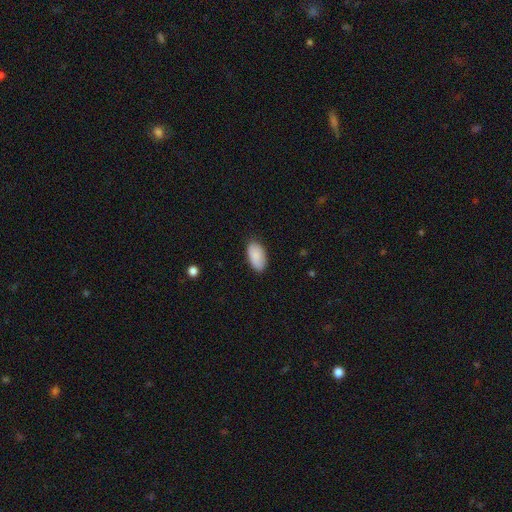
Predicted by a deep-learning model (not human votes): Smooth or featured?
  - smooth: 89% *
  - star or artifact: 6%
  - featured or disk: 5%
How rounded?
  - in between: 95% *
  - round: 3%
  - cigar-shaped: 2%
Merging?
  - none: 84% *
  - minor disturbance: 13%
  - major disturbance: 2%
  - merger: 1%